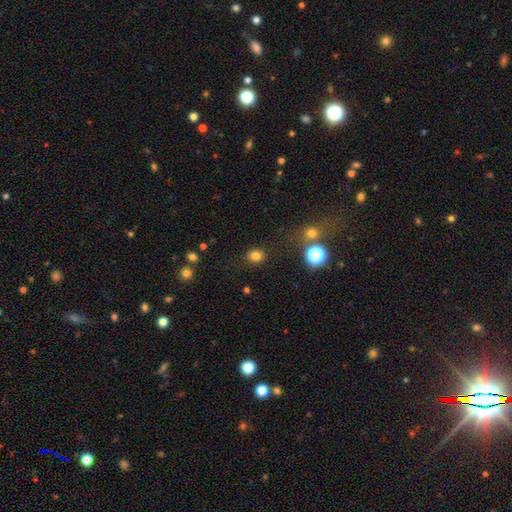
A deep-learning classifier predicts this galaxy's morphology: Smooth or featured: smooth — 80% (star or artifact — 15%)
How rounded: round — 67% (in between — 32%)
Merging: none — 86% (minor disturbance — 9%)